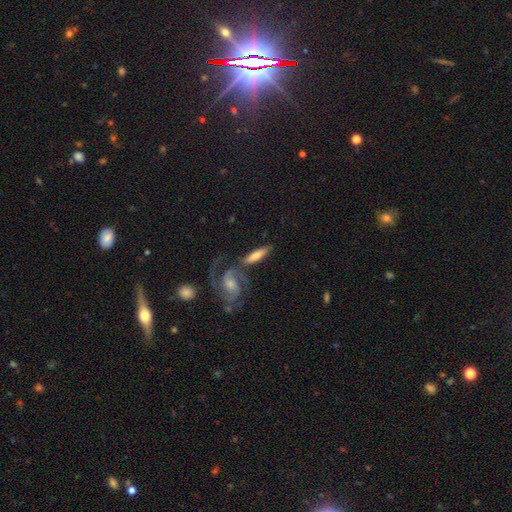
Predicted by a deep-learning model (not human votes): Q: Smooth or featured?
A: smooth (52%); runner-up: featured or disk (42%)
Q: How rounded?
A: cigar-shaped (65%); runner-up: in between (32%)
Q: Merging?
A: none (59%); runner-up: merger (19%)